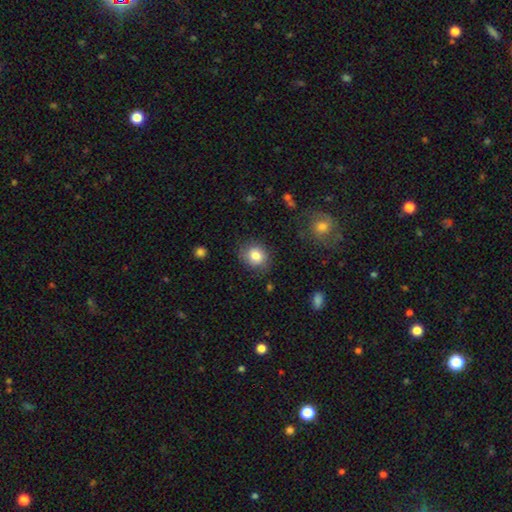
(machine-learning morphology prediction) smooth 80%, featured or disk 11%, star or artifact 9%. Down the decision tree: how rounded — round (72%); merging — none (78%).